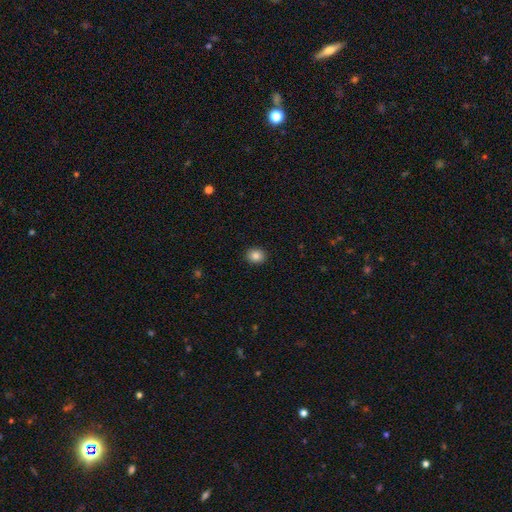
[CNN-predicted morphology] smooth-or-featured: smooth: 85% | star or artifact: 10% | featured or disk: 5%
  how-rounded: round: 63% | in between: 36% | cigar-shaped: 1%
  merging: none: 91% | minor disturbance: 6% | major disturbance: 2% | merger: 1%